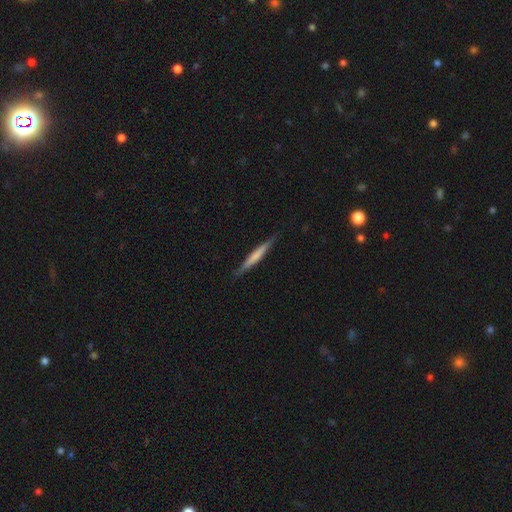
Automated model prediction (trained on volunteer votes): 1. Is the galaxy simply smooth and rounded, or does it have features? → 52% smooth, 42% featured or disk, 5% star or artifact.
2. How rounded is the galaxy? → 96% cigar-shaped, 3% in between, 1% round.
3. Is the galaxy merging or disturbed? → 89% none, 9% minor disturbance, 2% major disturbance, 1% merger.